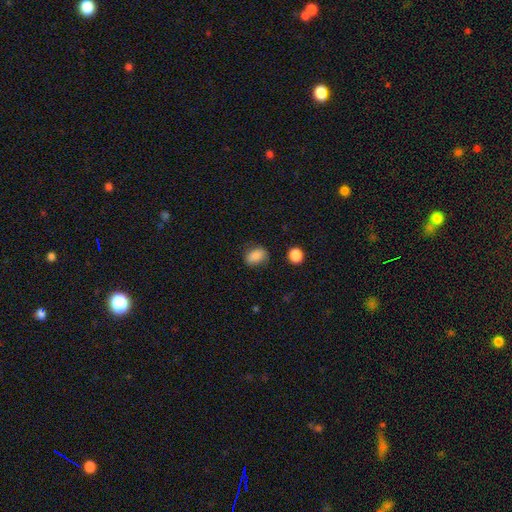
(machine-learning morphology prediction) Overall: smooth (86%). How rounded: in between (77%). Merging: none (78%).